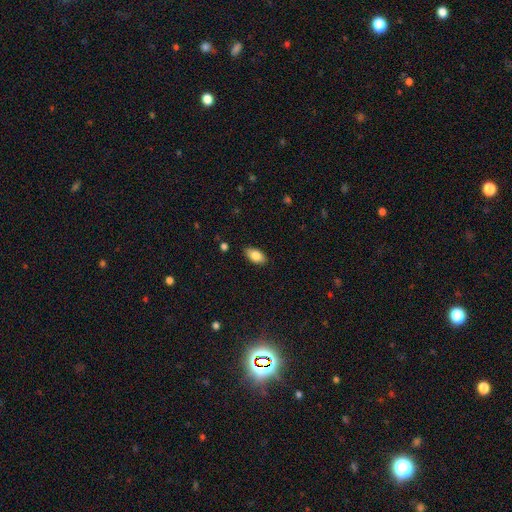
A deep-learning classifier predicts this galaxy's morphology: Smooth or featured? smooth (84%)
How rounded? in between (92%)
Merging? none (87%)